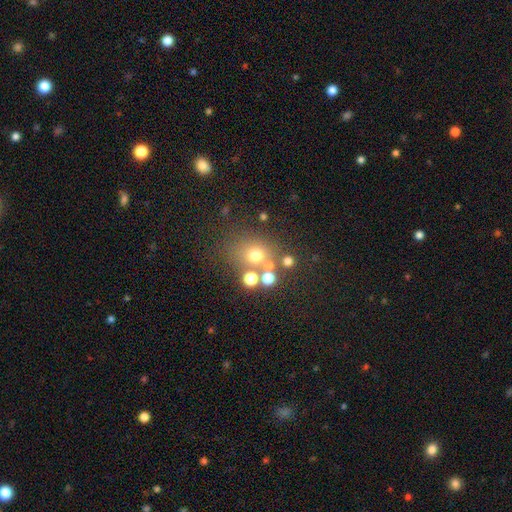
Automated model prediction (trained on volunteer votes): The model was most divided on "smooth or featured": smooth: 62%, star or artifact: 23%, featured or disk: 15%. More confident: how rounded — round (78%); merging — none (63%).